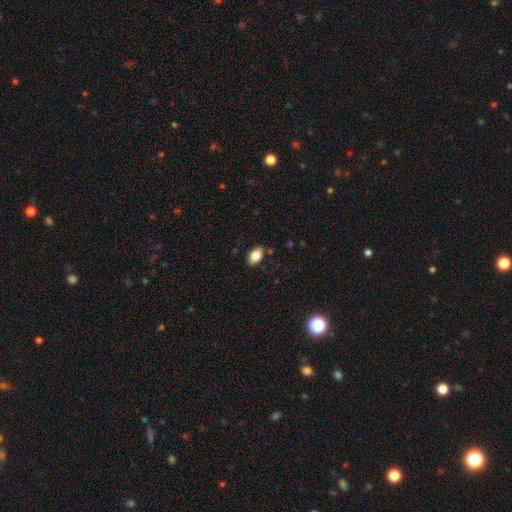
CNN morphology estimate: Smooth or featured: smooth — 83% (featured or disk — 8%)
How rounded: in between — 88% (round — 11%)
Merging: none — 85% (minor disturbance — 11%)